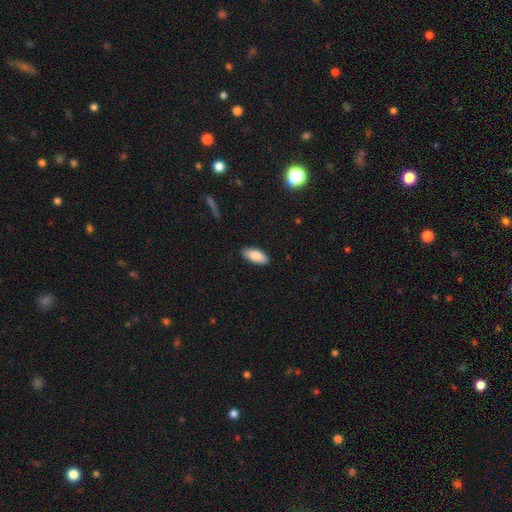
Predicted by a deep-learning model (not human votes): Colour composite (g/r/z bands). It shows a smooth galaxy with no disk features (88%) that is in between round and cigar-shaped (87%). Merging: none (89%).